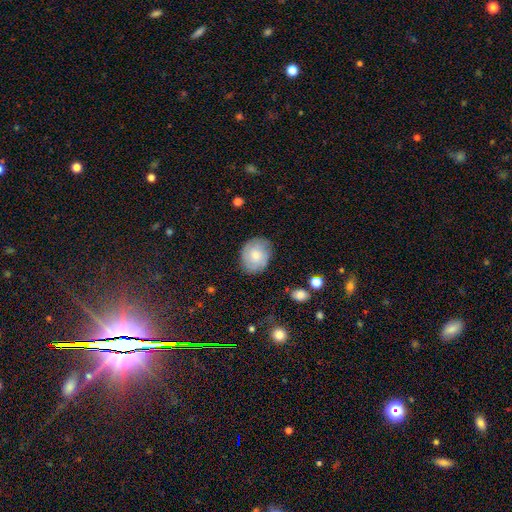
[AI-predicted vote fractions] A featured or disk galaxy (48%). Merging: none (79%).